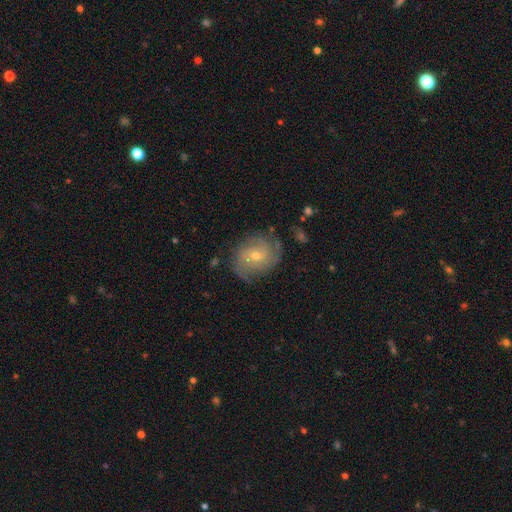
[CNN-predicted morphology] type=featured or disk (72%); edge-on=no (97%); bar=no (63%); spiral arms=yes (89%); winding=tight (53%); arm count=can't tell (35%); bulge=small (53%); merging=none (73%).